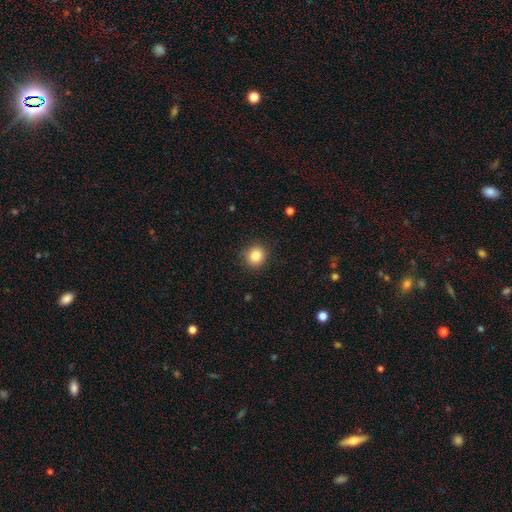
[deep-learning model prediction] Smooth or featured: smooth — 84% (star or artifact — 10%)
How rounded: round — 87% (in between — 12%)
Merging: none — 89% (minor disturbance — 8%)